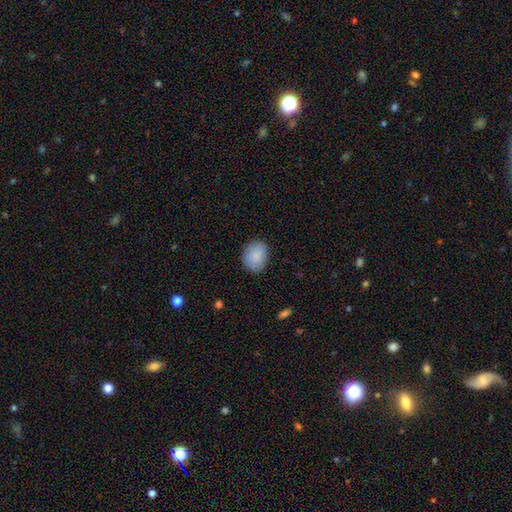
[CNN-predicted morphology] Smooth or featured: smooth — 89% (star or artifact — 7%)
How rounded: in between — 59% (round — 40%)
Merging: none — 85% (minor disturbance — 11%)